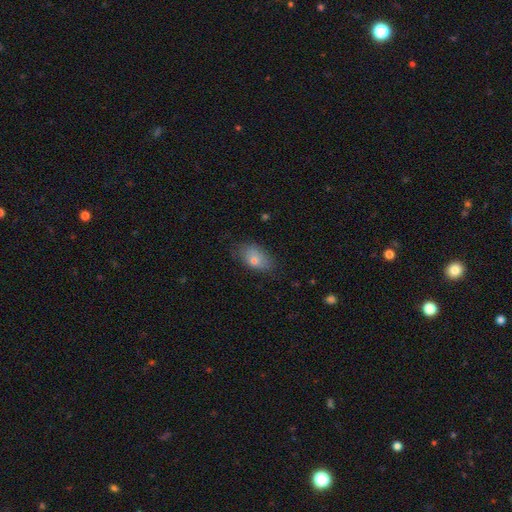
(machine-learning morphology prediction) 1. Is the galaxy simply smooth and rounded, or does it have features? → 70% smooth, 19% featured or disk, 12% star or artifact.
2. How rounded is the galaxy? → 88% in between, 9% round, 3% cigar-shaped.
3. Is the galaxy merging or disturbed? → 76% none, 19% minor disturbance, 4% major disturbance, 1% merger.